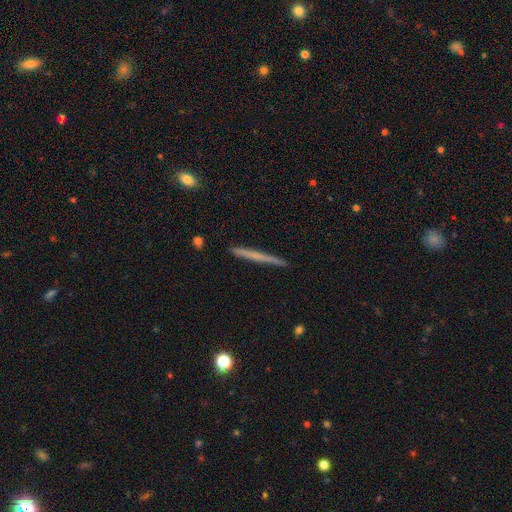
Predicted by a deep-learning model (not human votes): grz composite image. It shows a smooth galaxy with no disk features (47%). Merging: none (91%).